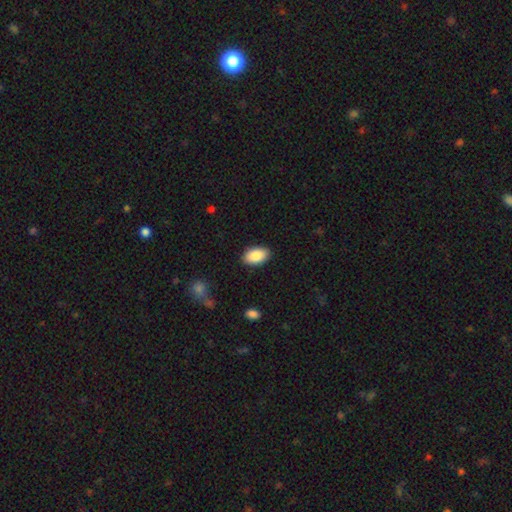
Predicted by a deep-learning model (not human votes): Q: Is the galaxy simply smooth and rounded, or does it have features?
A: smooth — 88%.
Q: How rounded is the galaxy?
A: in between — 94%.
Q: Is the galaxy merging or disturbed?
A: none — 88%.